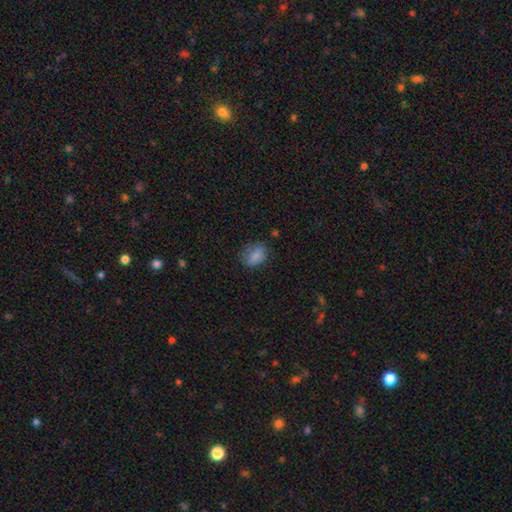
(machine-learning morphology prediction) Smooth or featured? Predicted: smooth (p=0.82). How rounded? Predicted: in between (p=0.77). Merging? Predicted: none (p=0.63).